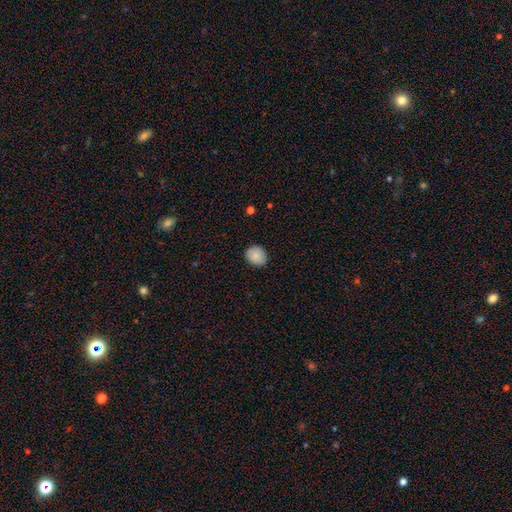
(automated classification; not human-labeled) Smooth or featured? Predicted: smooth (p=0.86). How rounded? Predicted: round (p=0.67). Merging? Predicted: none (p=0.86).